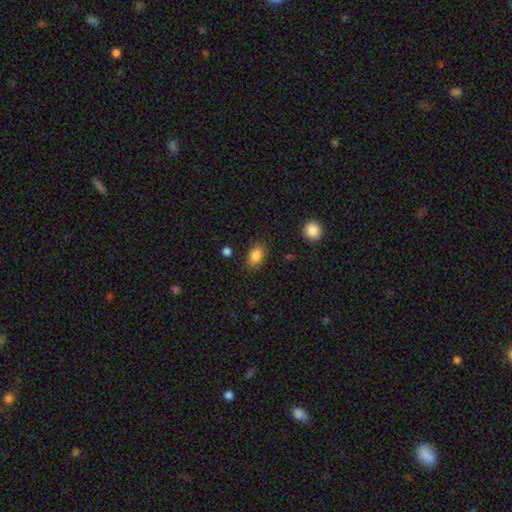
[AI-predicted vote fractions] Smooth or featured? smooth (85%)
How rounded? in between (78%)
Merging? none (81%)